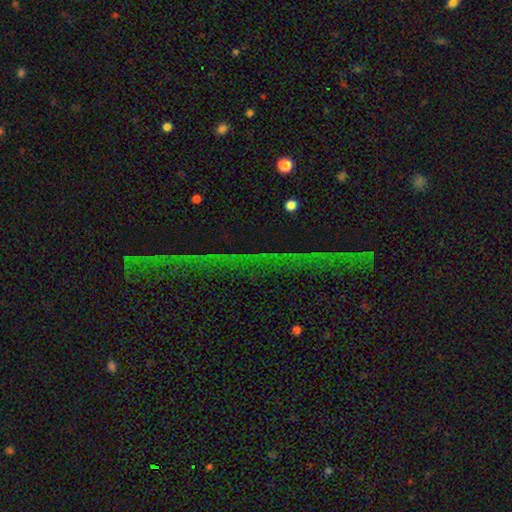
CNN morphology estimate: Q: Smooth or featured?
A: star or artifact (73%); runner-up: featured or disk (15%)